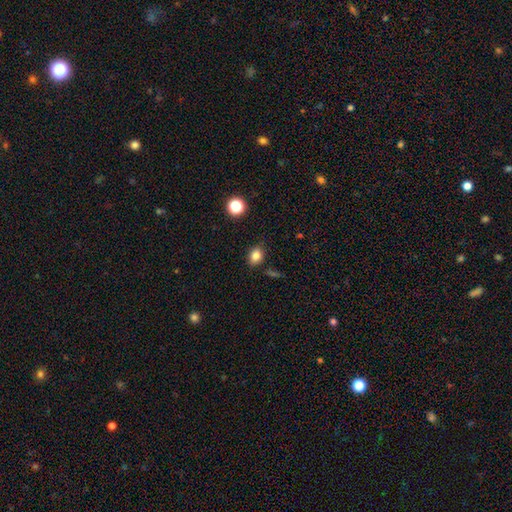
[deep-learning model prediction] Overall: smooth (82%). How rounded: in between (61%; round 37%). Merging: none (80%).